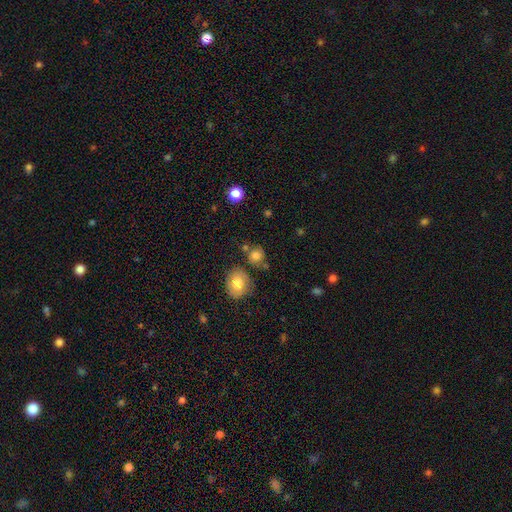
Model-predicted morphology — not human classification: This is likely a smooth galaxy (78%). How rounded: clearly round (82%). Merging: likely none (68%).